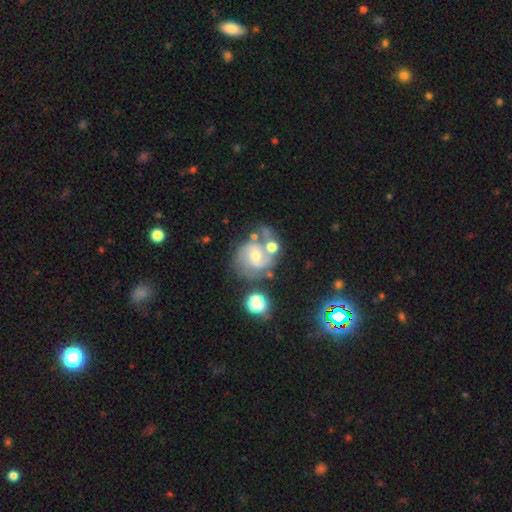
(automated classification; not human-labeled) Smooth or featured?
  - featured or disk: 80% *
  - smooth: 11%
  - star or artifact: 9%
Edge-on disk?
  - no: 98% *
  - yes: 2%
Bar?
  - no: 56% *
  - weak: 36%
  - strong: 8%
Spiral arms?
  - yes: 94% *
  - no: 6%
Spiral winding?
  - medium: 49% *
  - tight: 36%
  - loose: 15%
Spiral arm count?
  - 2: 71% *
  - can't tell: 11%
  - 3: 10%
  - 1: 3%
  - 4: 2%
  - more than 4: 2%
Bulge size?
  - small: 54% *
  - moderate: 41%
  - none: 2%
  - large: 2%
  - dominant: 1%
Merging?
  - none: 50% *
  - merger: 20%
  - minor disturbance: 18%
  - major disturbance: 11%